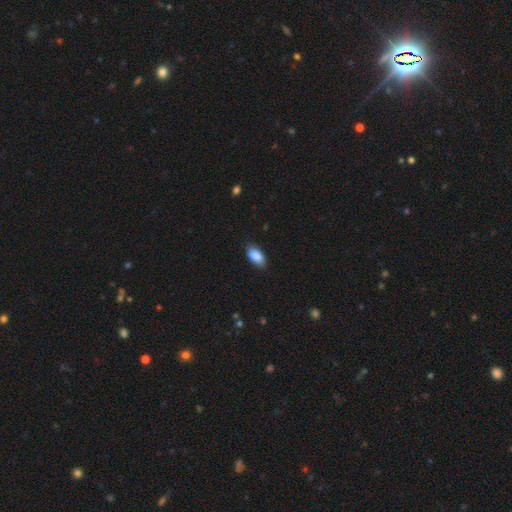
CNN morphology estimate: A smooth galaxy with no disk features (89%) that is in between round and cigar-shaped (91%). Merging: none (82%).